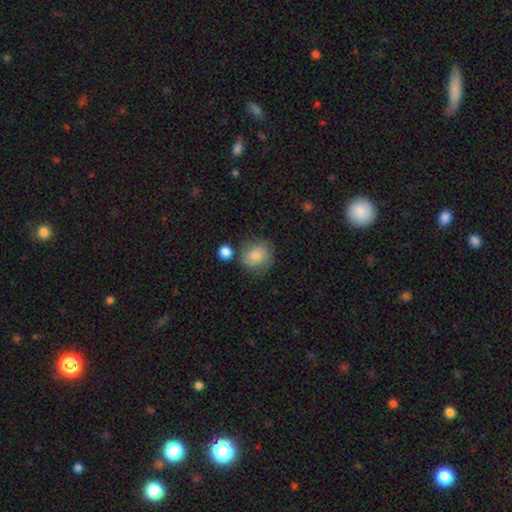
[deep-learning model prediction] Smooth or featured? smooth (72%)
How rounded? round (72%)
Merging? none (67%)